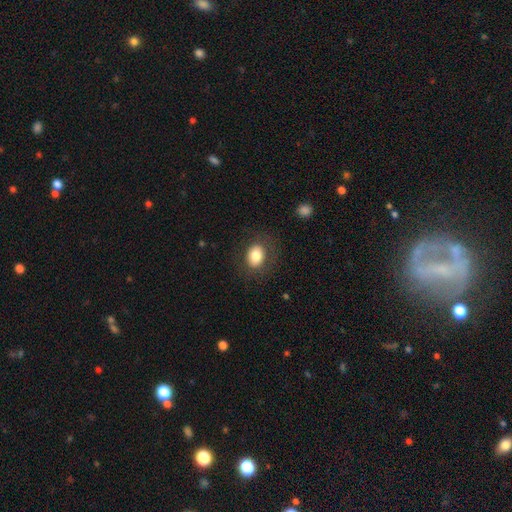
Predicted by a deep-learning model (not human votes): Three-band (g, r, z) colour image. It shows a smooth galaxy with no disk features (80%) that is in between round and cigar-shaped (63%). Merging: none (80%).